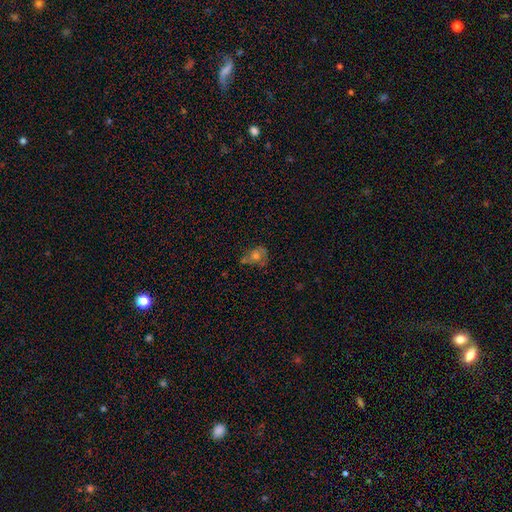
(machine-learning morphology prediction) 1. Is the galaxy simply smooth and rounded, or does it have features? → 46% smooth, 34% featured or disk, 20% star or artifact.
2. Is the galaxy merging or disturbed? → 42% none, 26% minor disturbance, 19% major disturbance, 13% merger.